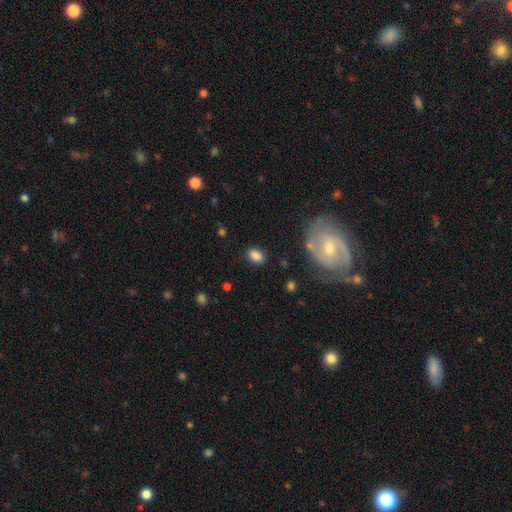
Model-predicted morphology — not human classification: Overall: smooth (85%). How rounded: in between (79%). Merging: none (83%).